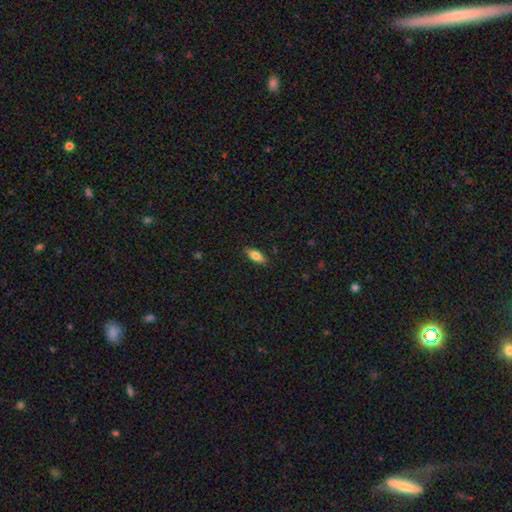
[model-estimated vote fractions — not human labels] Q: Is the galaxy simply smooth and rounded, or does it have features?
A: smooth — 76%.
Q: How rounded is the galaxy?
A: in between — 79%.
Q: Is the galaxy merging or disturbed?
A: none — 87%.